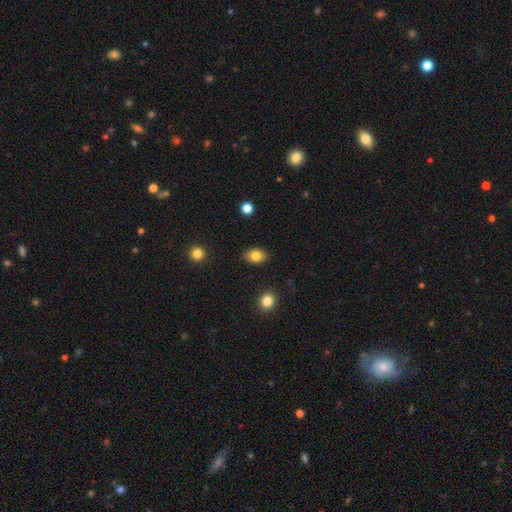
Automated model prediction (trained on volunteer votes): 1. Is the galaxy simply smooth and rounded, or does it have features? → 82% smooth, 9% featured or disk, 9% star or artifact.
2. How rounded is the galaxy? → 74% in between, 25% round, 1% cigar-shaped.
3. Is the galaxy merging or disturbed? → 88% none, 9% minor disturbance, 2% major disturbance, 1% merger.